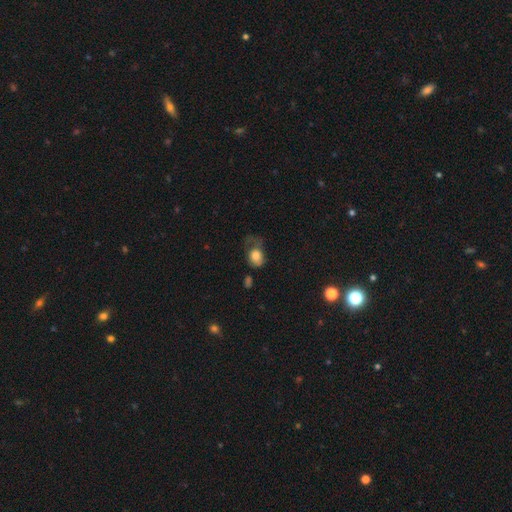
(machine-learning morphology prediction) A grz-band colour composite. It shows a smooth galaxy with no disk features (74%) that is in between round and cigar-shaped (57%). Merging: major disturbance (48%).